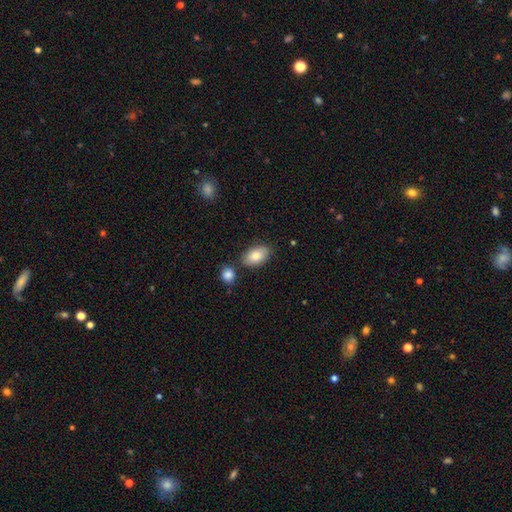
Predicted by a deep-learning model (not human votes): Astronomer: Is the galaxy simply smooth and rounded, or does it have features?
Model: smooth — 82%.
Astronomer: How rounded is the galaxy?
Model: in between — 92%.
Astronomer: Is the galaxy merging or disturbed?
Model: none — 75%.